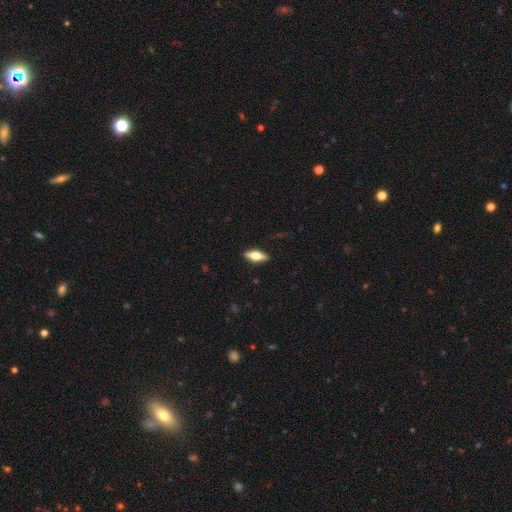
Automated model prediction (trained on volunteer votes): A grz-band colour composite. It shows a smooth galaxy with no disk features (50%) that is in between round and cigar-shaped (63%). Merging: none (89%).